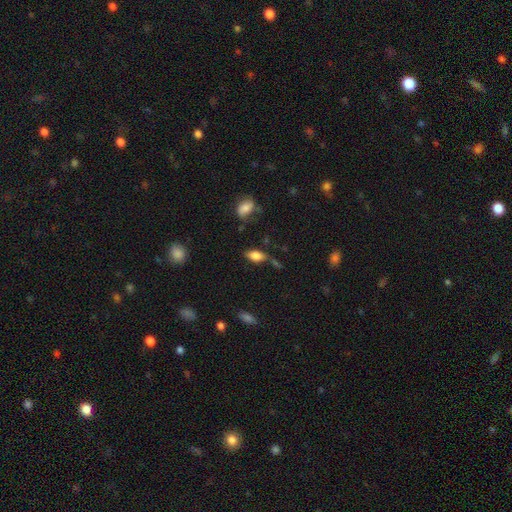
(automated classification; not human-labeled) Morphology: type=smooth (79%); roundness=in between (89%); merging=none (63%).